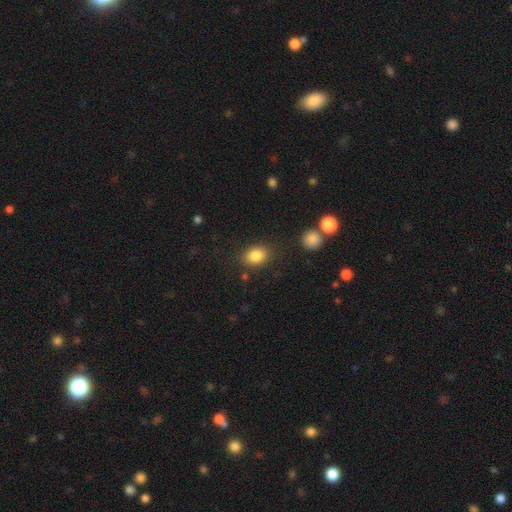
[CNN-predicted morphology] The model was most divided on "how rounded": in between: 65%, round: 34%, cigar-shaped: 1%. More confident: smooth or featured — smooth (84%); merging — none (83%).